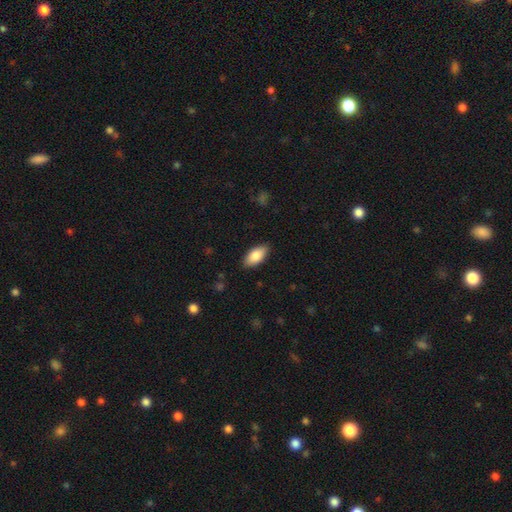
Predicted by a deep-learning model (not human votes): Smooth or featured?
  - smooth: 84% *
  - featured or disk: 10%
  - star or artifact: 6%
How rounded?
  - in between: 91% *
  - cigar-shaped: 6%
  - round: 2%
Merging?
  - none: 87% *
  - minor disturbance: 10%
  - major disturbance: 2%
  - merger: 1%